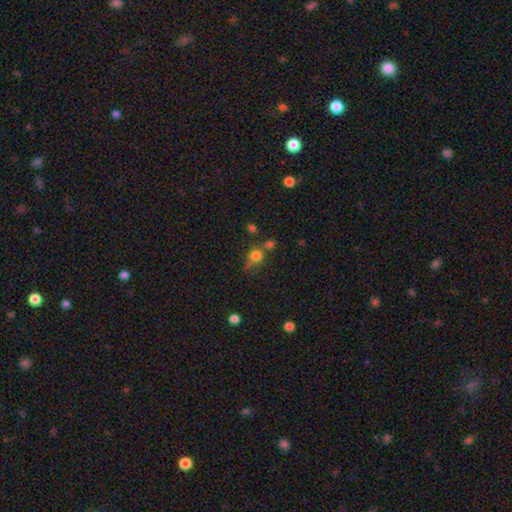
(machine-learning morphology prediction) Smooth or featured: smooth — 75% (star or artifact — 16%)
How rounded: round — 82% (in between — 16%)
Merging: none — 56% (merger — 22%)